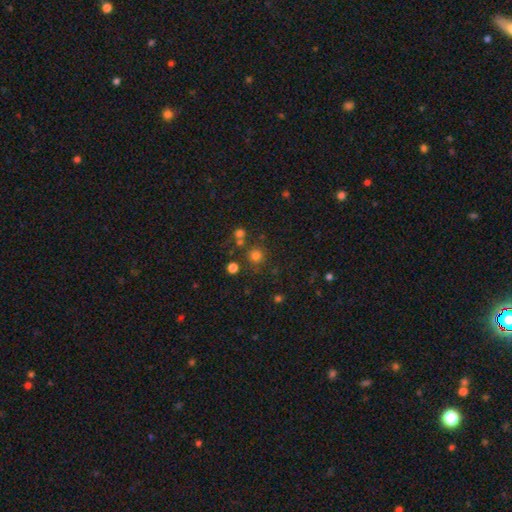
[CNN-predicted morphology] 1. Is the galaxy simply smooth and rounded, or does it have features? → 74% smooth, 19% star or artifact, 7% featured or disk.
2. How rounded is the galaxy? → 93% round, 6% in between, 1% cigar-shaped.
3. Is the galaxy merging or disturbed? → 78% none, 10% merger, 8% minor disturbance, 4% major disturbance.